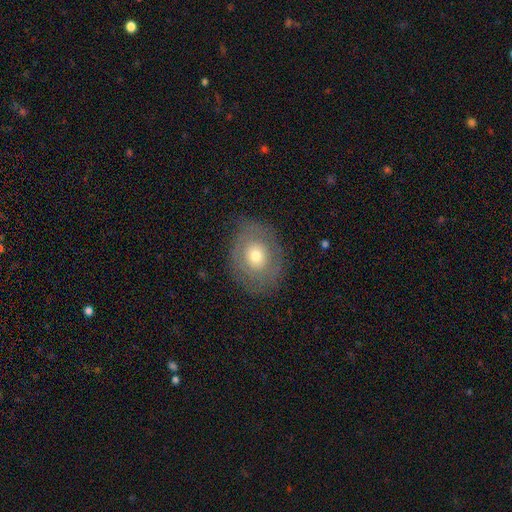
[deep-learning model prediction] Overall: smooth (53%; featured or disk 39%). How rounded: in between (54%; round 45%). Merging: none (78%).